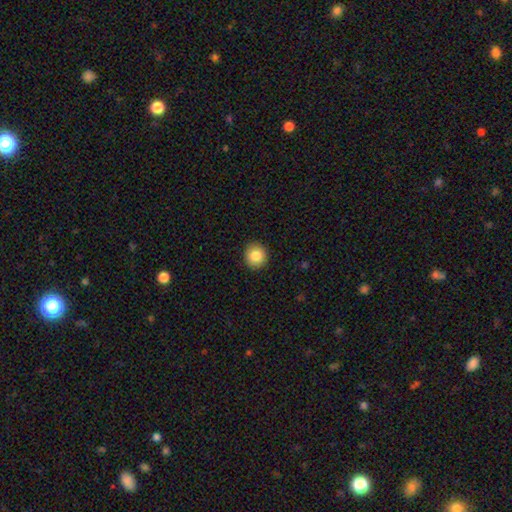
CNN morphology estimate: The model was most divided on "smooth or featured": smooth: 86%, star or artifact: 9%, featured or disk: 6%. More confident: merging — none (92%); how rounded — round (89%).